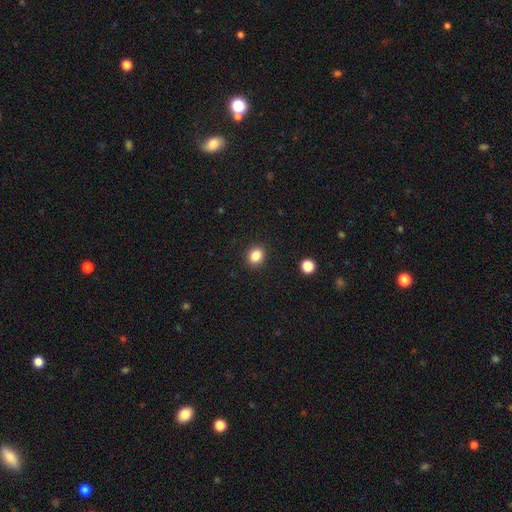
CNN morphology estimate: Smooth or featured: smooth — 84% (star or artifact — 11%)
How rounded: round — 73% (in between — 26%)
Merging: none — 91% (minor disturbance — 6%)